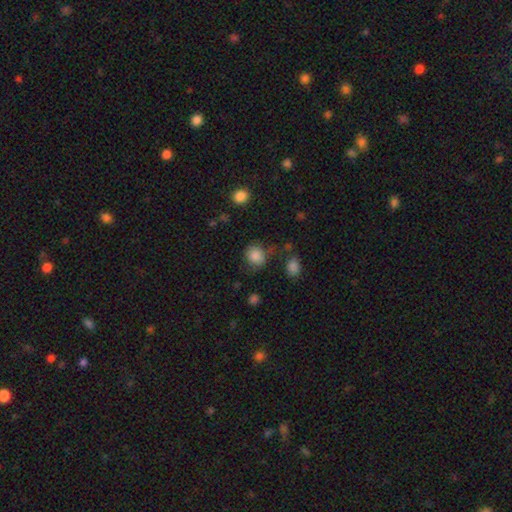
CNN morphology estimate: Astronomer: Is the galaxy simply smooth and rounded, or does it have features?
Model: smooth — 84%.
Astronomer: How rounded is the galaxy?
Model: round — 74%.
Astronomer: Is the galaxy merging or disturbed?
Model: none — 66%.